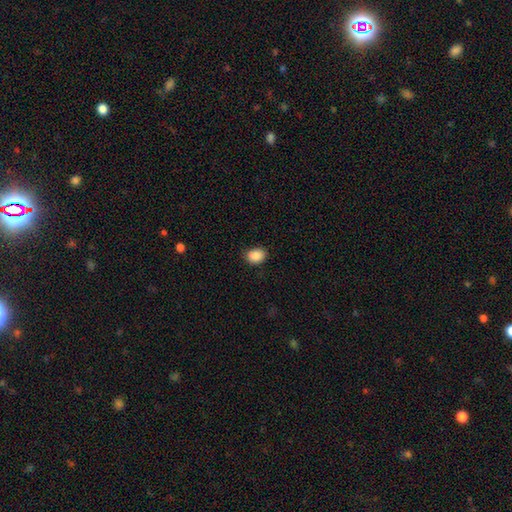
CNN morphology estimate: Smooth or featured? Predicted: smooth (p=0.89). How rounded? Predicted: in between (p=0.65). Merging? Predicted: none (p=0.85).